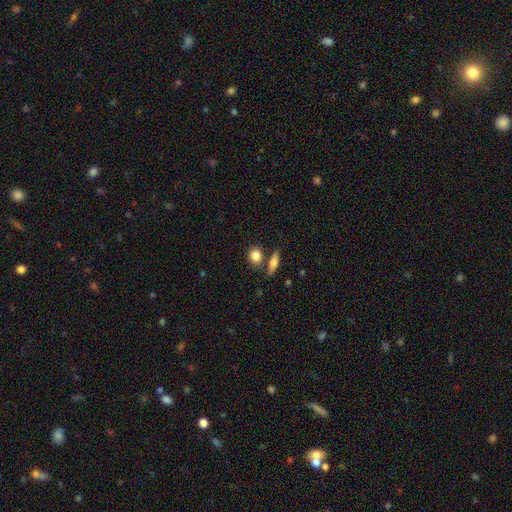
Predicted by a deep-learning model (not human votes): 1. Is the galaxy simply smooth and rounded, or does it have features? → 84% smooth, 8% featured or disk, 8% star or artifact.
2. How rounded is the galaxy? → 53% round, 43% in between, 4% cigar-shaped.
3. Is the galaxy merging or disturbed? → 67% none, 19% merger, 11% minor disturbance, 3% major disturbance.